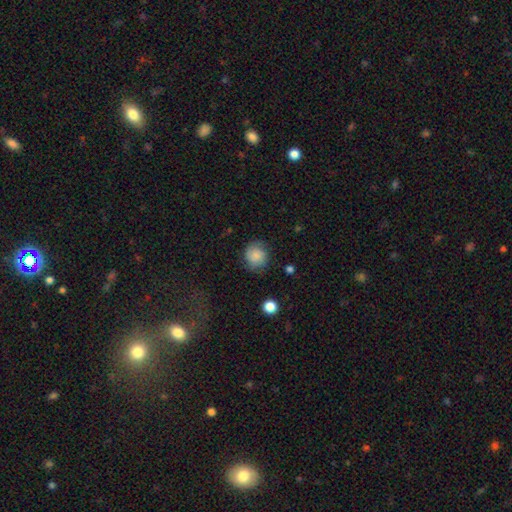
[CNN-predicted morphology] type=smooth (73%); roundness=round (82%); merging=none (71%).